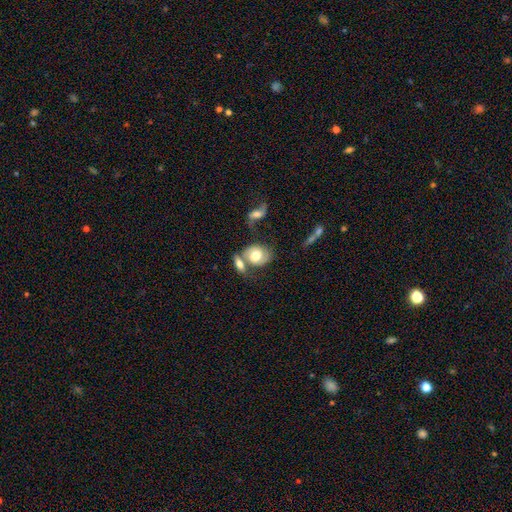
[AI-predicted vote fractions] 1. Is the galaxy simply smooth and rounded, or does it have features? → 53% smooth, 39% featured or disk, 7% star or artifact.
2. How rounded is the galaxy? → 55% in between, 43% round, 2% cigar-shaped.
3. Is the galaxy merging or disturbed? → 40% none, 37% merger, 15% minor disturbance, 8% major disturbance.